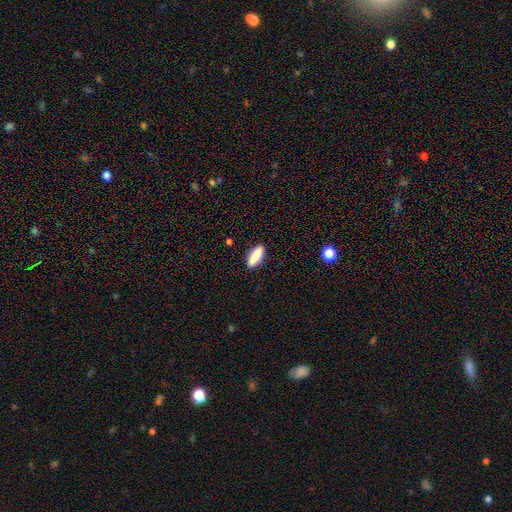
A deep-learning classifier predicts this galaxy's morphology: Overall: smooth (87%). How rounded: in between (51%; cigar-shaped 47%). Merging: none (89%).